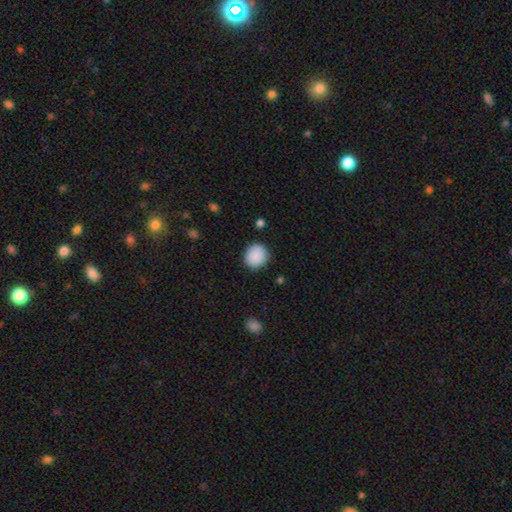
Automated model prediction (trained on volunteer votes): This is clearly a smooth galaxy (89%). How rounded: clearly round (80%). Merging: clearly none (87%).